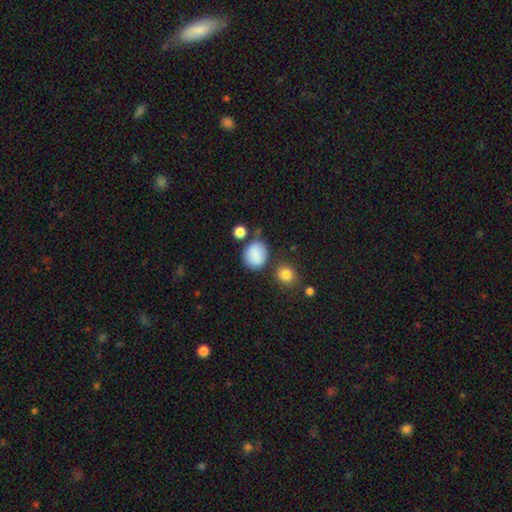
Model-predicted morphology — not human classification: This is clearly a smooth galaxy (86%). How rounded: likely round (69%). Merging: likely none (69%).